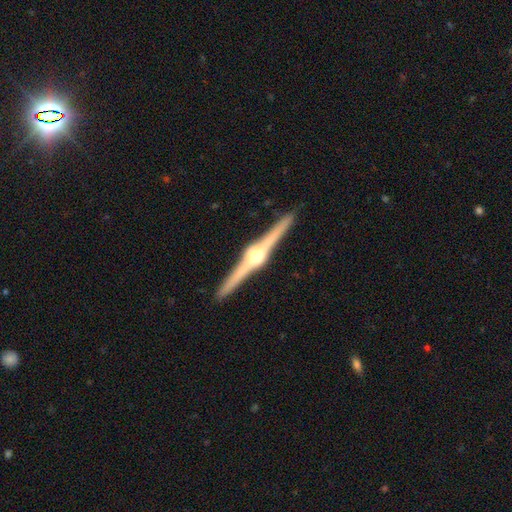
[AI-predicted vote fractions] A featured or disk galaxy (89%) viewed edge-on (99%) with a rounded central bulge (93%). Merging: none (93%).